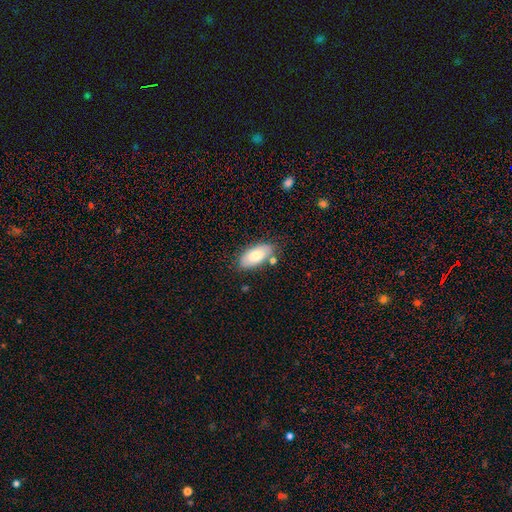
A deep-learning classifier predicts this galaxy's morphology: smooth 76%, featured or disk 18%, star or artifact 6%. Down the decision tree: how rounded — in between (92%); merging — none (75%).